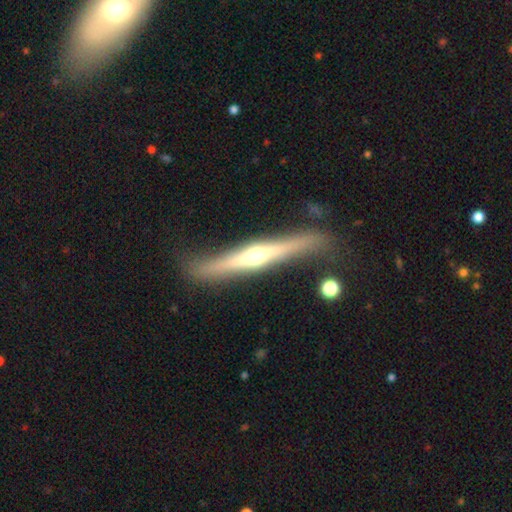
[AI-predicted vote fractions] featured or disk 74%, smooth 21%, star or artifact 5%. Down the decision tree: edge-on disk — yes (96%); edge-on bulge — rounded (90%); merging — none (82%).